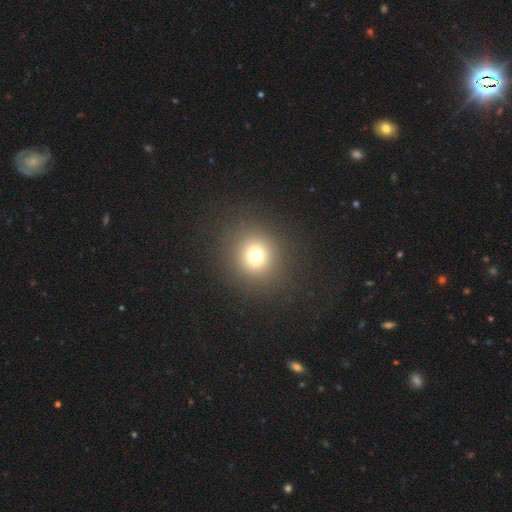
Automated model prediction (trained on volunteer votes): A smooth galaxy with no disk features (73%) that is round (90%).

Vote fractions:
- Smooth or featured? smooth: 73% / star or artifact: 18% / featured or disk: 9%
- How rounded? round: 90% / in between: 9% / cigar-shaped: 1%
- Merging? none: 89% / minor disturbance: 6% / major disturbance: 4% / merger: 1%